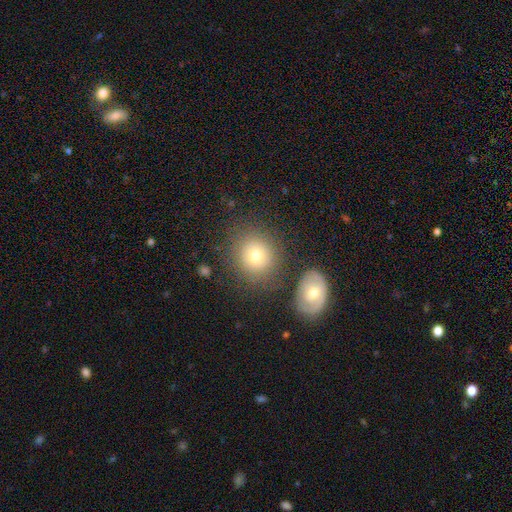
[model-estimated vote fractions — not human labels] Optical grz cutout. It shows a smooth galaxy with no disk features (75%) that is round (81%). Merging: none (76%).